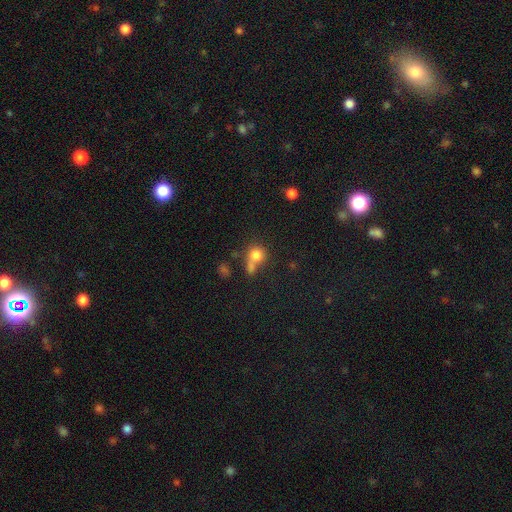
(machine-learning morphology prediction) smooth_or_featured: smooth (p=0.78) [alt: star or artifact p=0.12]
how_rounded: round (p=0.81) [alt: in between p=0.17]
merging: none (p=0.42) [alt: merger p=0.38]